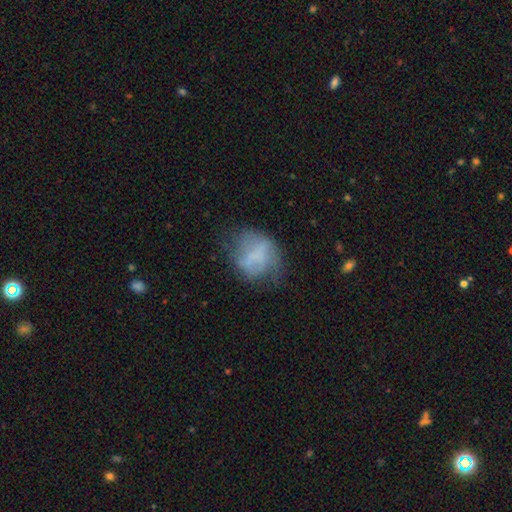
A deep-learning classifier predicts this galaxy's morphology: smooth 51%, featured or disk 38%, star or artifact 11%. Down the decision tree: how rounded — round (52%); merging — none (45%).